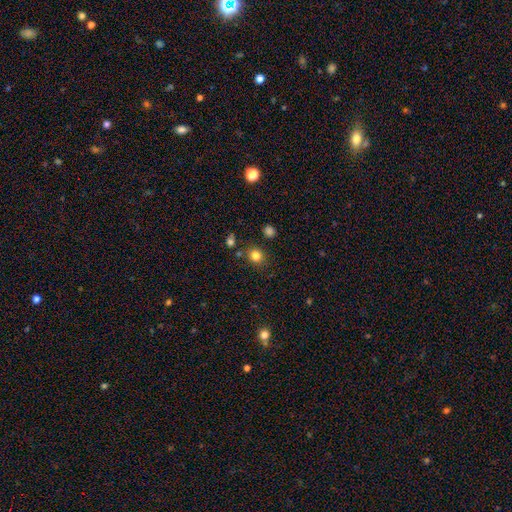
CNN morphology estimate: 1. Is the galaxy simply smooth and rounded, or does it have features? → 81% smooth, 13% star or artifact, 5% featured or disk.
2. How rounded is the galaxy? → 82% round, 17% in between, 1% cigar-shaped.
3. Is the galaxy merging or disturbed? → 82% none, 9% minor disturbance, 5% merger, 3% major disturbance.